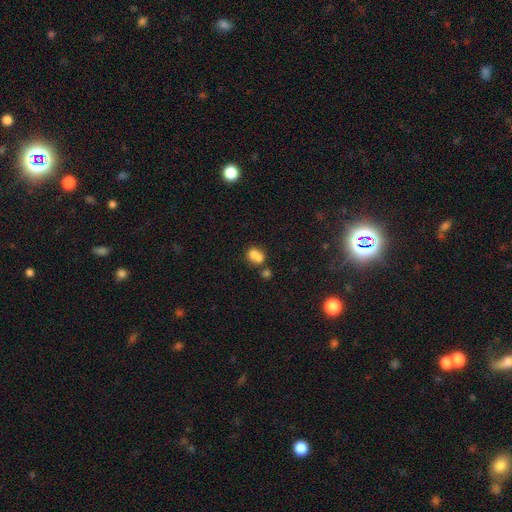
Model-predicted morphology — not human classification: Smooth or featured: smooth — 75% (featured or disk — 14%)
How rounded: in between — 50% (round — 49%)
Merging: merger — 53% (none — 32%)